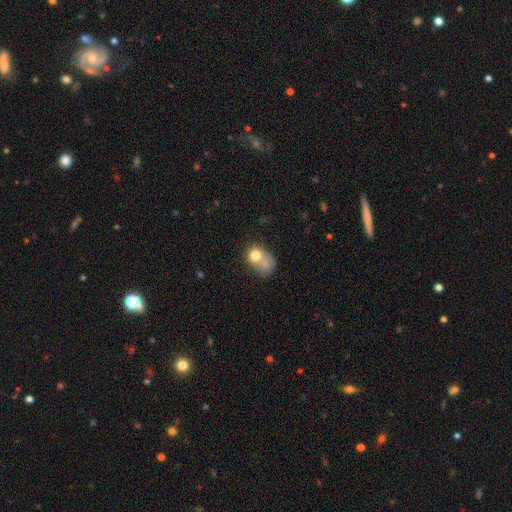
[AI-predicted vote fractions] Q: Smooth or featured?
A: smooth (72%); runner-up: featured or disk (18%)
Q: How rounded?
A: round (56%); runner-up: in between (43%)
Q: Merging?
A: merger (53%); runner-up: none (21%)